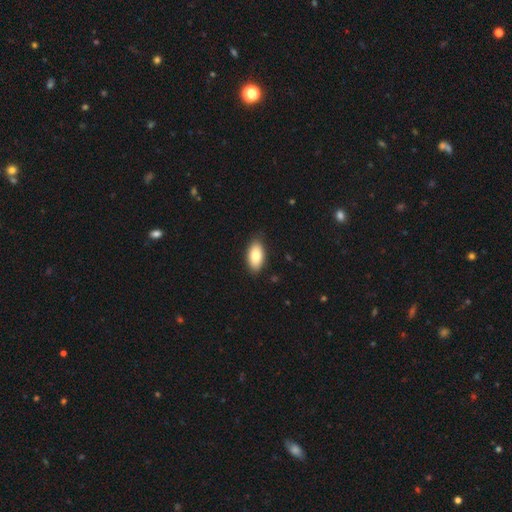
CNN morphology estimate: Smooth or featured? smooth (82%)
How rounded? in between (93%)
Merging? none (85%)